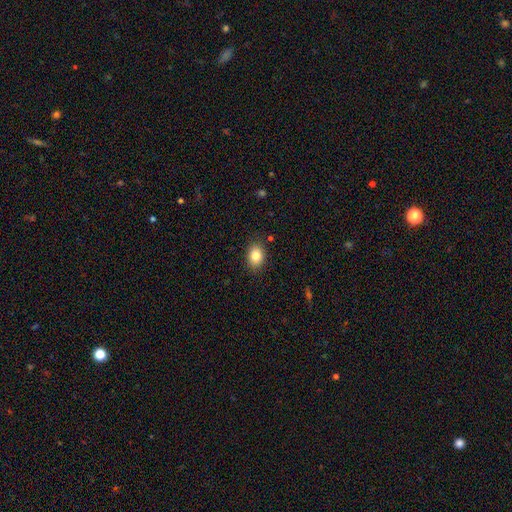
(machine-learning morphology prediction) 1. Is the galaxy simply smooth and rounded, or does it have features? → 83% smooth, 9% star or artifact, 8% featured or disk.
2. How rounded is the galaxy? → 66% in between, 33% round, 1% cigar-shaped.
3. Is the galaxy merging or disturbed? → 87% none, 10% minor disturbance, 2% major disturbance, 1% merger.